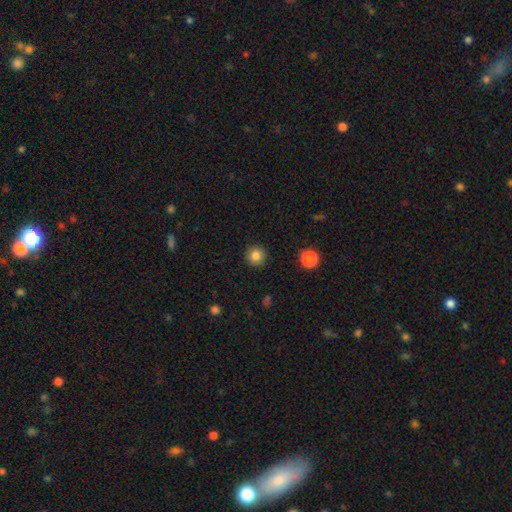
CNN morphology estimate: smooth-or-featured: smooth: 83% | star or artifact: 11% | featured or disk: 5%
  how-rounded: round: 95% | in between: 4% | cigar-shaped: 1%
  merging: none: 92% | minor disturbance: 5% | major disturbance: 2% | merger: 1%